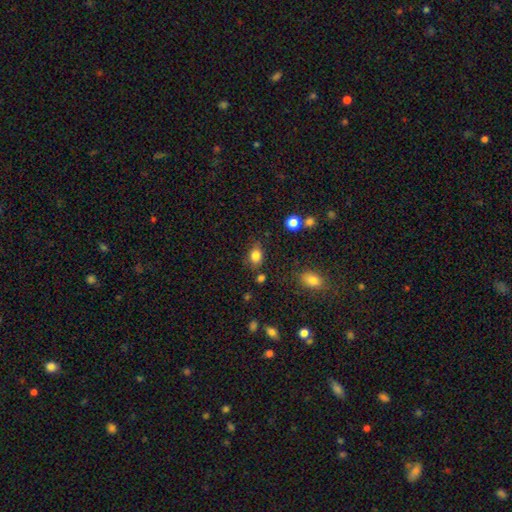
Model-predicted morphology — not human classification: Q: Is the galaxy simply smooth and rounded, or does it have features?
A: smooth — 83%.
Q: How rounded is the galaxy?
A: in between — 68%.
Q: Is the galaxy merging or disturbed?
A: none — 73%.